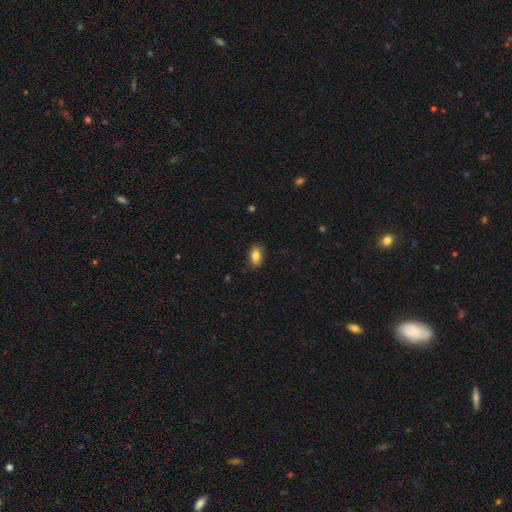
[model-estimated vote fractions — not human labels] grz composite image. It shows a smooth galaxy with no disk features (86%) that is in between round and cigar-shaped (89%). Merging: none (85%).